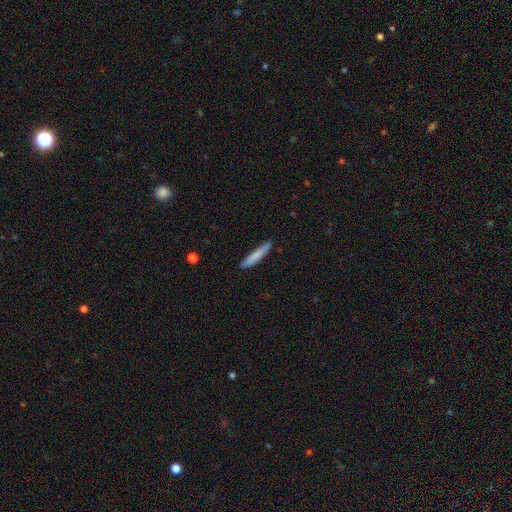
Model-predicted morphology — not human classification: smooth 77%, featured or disk 17%, star or artifact 6%. Down the decision tree: how rounded — cigar-shaped (93%); merging — none (86%).